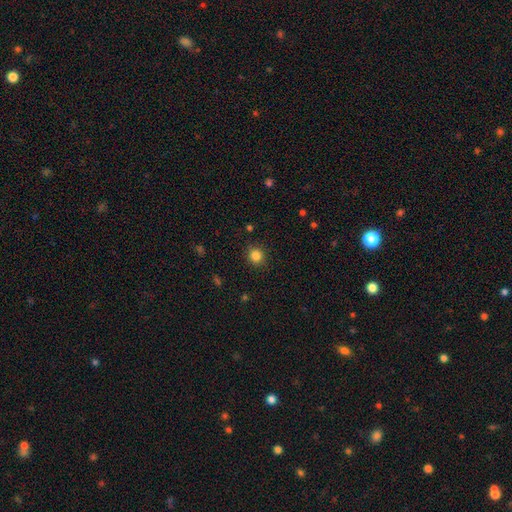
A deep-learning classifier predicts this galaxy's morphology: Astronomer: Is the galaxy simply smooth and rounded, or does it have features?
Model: smooth — 84%.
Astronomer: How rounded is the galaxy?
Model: round — 88%.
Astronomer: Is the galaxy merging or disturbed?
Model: none — 89%.